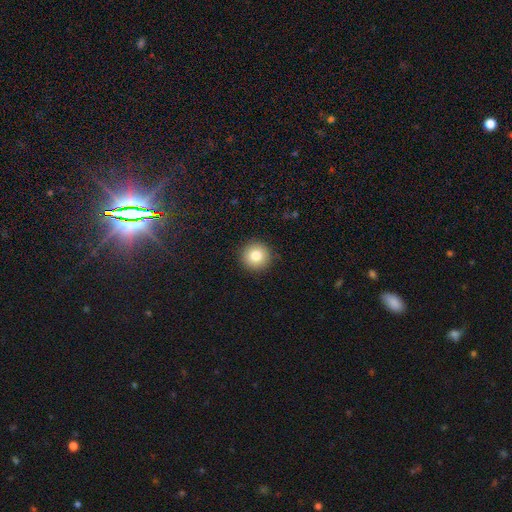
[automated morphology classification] smooth-or-featured: smooth: 81% | star or artifact: 10% | featured or disk: 9%
  how-rounded: round: 96% | in between: 3% | cigar-shaped: 1%
  merging: none: 92% | minor disturbance: 5% | major disturbance: 2% | merger: 1%